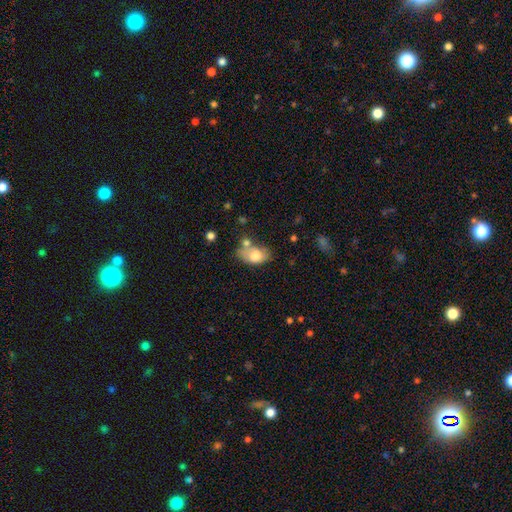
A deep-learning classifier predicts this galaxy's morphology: This appears to be a smooth galaxy with no disk features (73%) that is in between round and cigar-shaped (87%). Merging: none (43%).